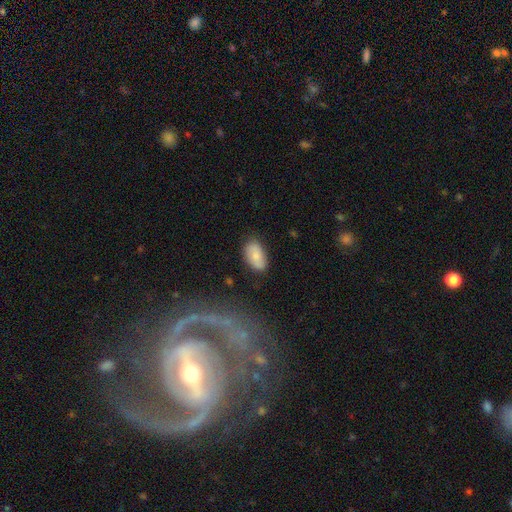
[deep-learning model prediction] Morphology: type=smooth (72%); roundness=in between (93%); merging=none (77%).